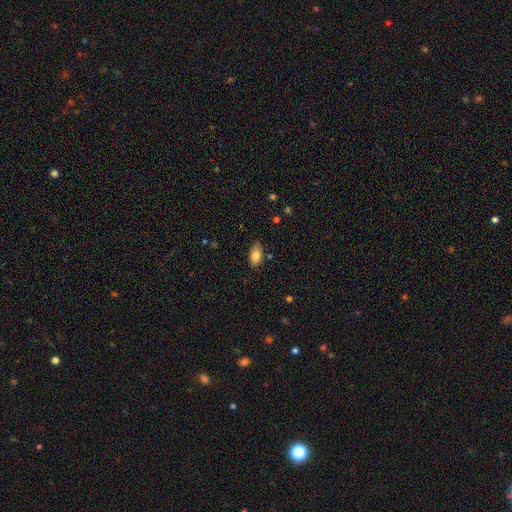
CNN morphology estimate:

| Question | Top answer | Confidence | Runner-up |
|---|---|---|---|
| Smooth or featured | smooth | 80% | featured or disk (12%) |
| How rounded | in between | 91% | round (5%) |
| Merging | none | 80% | minor disturbance (15%) |